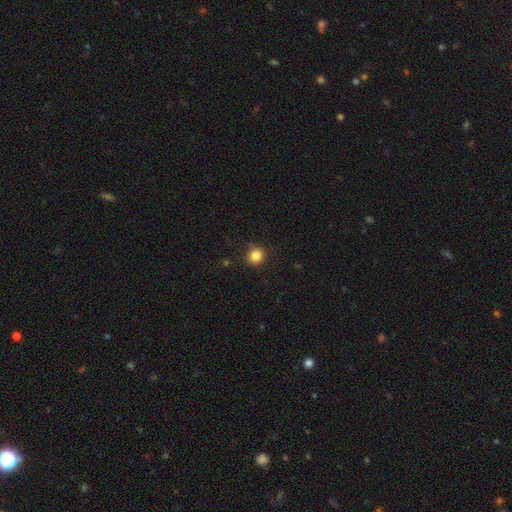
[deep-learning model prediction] Smooth or featured? Predicted: smooth (p=0.84). How rounded? Predicted: round (p=0.87). Merging? Predicted: none (p=0.81).